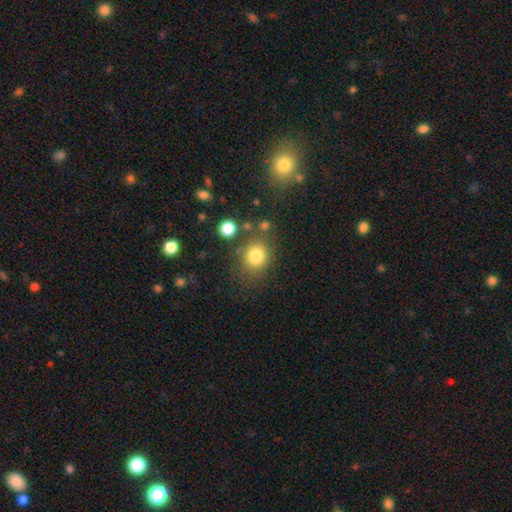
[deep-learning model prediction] smooth_or_featured: smooth (p=0.81) [alt: star or artifact p=0.12]
how_rounded: round (p=0.74) [alt: in between p=0.25]
merging: none (p=0.75) [alt: minor disturbance p=0.13]